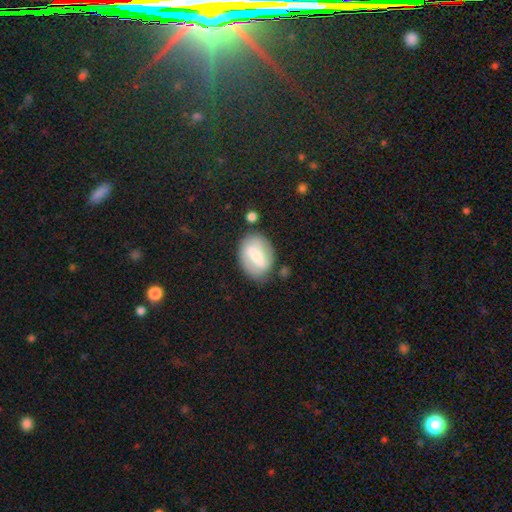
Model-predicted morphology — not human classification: Smooth or featured: featured or disk — 52% (smooth — 41%)
Edge-on disk: no — 95% (yes — 5%)
Merging: none — 71% (minor disturbance — 18%)